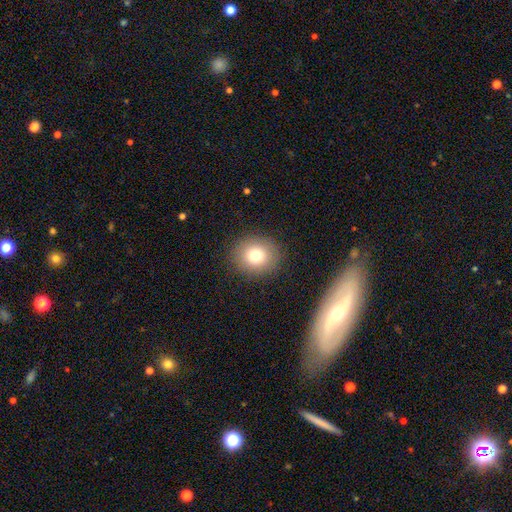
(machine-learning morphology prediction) The model was most divided on "how rounded": round: 80%, in between: 19%, cigar-shaped: 1%. More confident: merging — none (89%); smooth or featured — smooth (77%).